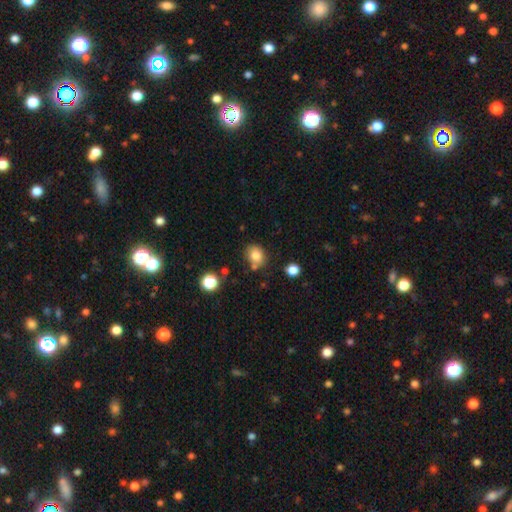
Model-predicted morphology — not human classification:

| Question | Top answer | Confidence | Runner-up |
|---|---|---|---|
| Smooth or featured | smooth | 81% | star or artifact (11%) |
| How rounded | round | 63% | in between (36%) |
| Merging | none | 70% | minor disturbance (15%) |